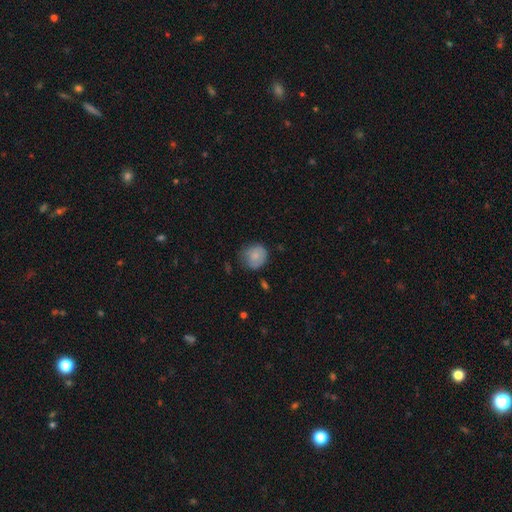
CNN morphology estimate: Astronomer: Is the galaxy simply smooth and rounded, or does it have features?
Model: smooth — 78%.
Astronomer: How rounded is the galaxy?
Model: round — 75%.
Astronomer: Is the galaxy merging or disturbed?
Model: none — 58%.